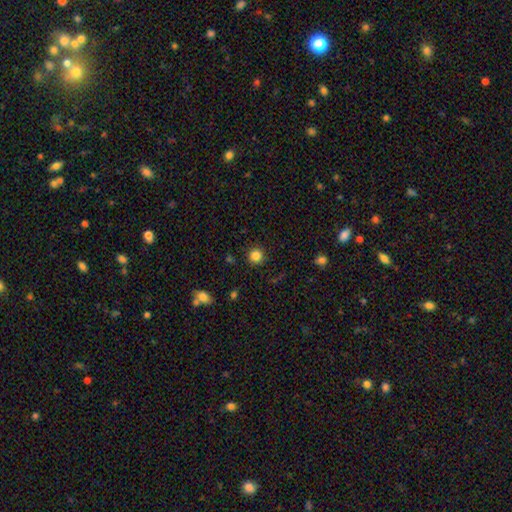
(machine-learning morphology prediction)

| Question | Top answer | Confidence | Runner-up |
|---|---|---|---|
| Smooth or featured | smooth | 84% | star or artifact (12%) |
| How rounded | round | 93% | in between (6%) |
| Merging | none | 91% | minor disturbance (6%) |